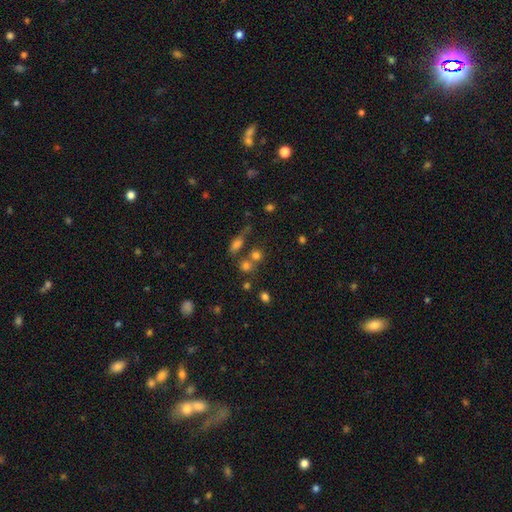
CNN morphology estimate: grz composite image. It shows a smooth galaxy with no disk features (71%) that is round (79%). Merging: none (52%).